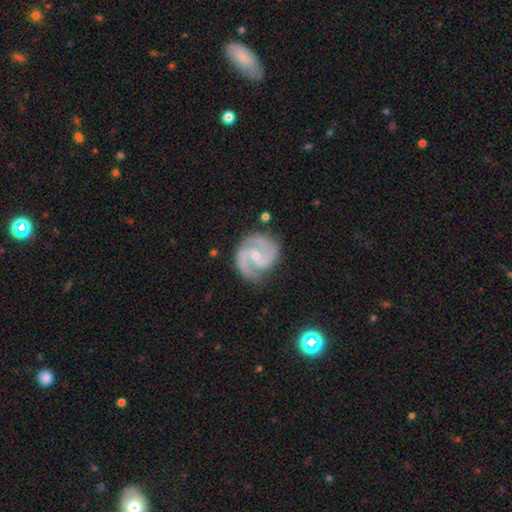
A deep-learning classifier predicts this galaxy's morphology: type=featured or disk (90%); edge-on=no (98%); bar=weak (44%); spiral arms=yes (98%); winding=medium (57%); arm count=2 (86%); bulge=small (65%); merging=none (77%).